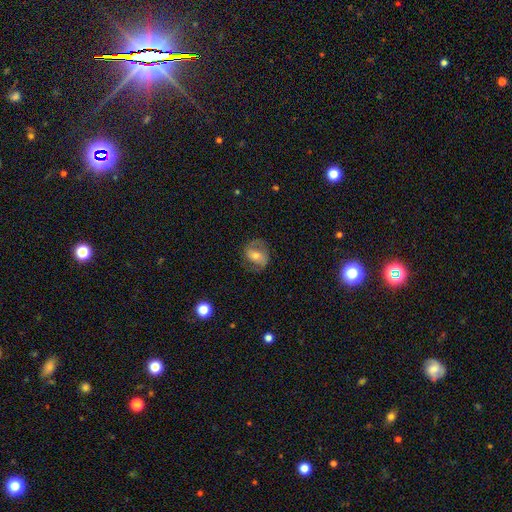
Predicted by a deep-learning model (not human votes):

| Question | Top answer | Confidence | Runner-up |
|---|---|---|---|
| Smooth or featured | featured or disk | 55% | smooth (37%) |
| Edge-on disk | no | 95% | yes (5%) |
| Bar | weak | 36% | no (34%) |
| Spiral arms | yes | 73% | no (27%) |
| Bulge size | moderate | 59% | small (31%) |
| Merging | none | 69% | minor disturbance (18%) |